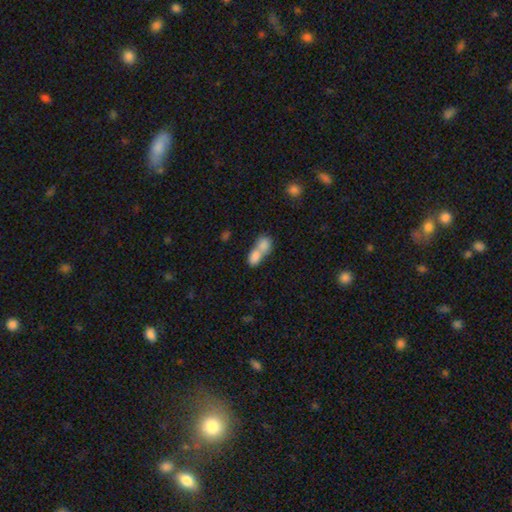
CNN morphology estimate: A smooth galaxy with no disk features (79%) that is in between round and cigar-shaped (69%). Merging: merger (77%).